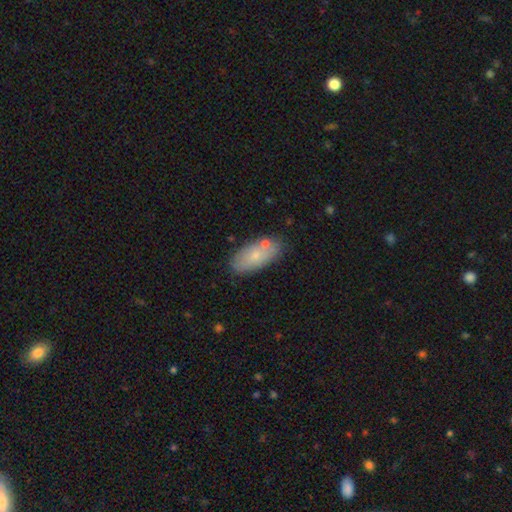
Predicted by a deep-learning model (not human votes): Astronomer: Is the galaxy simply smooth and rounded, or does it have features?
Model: smooth — 72%.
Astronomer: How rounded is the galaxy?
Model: in between — 89%.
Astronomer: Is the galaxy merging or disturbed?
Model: none — 75%.